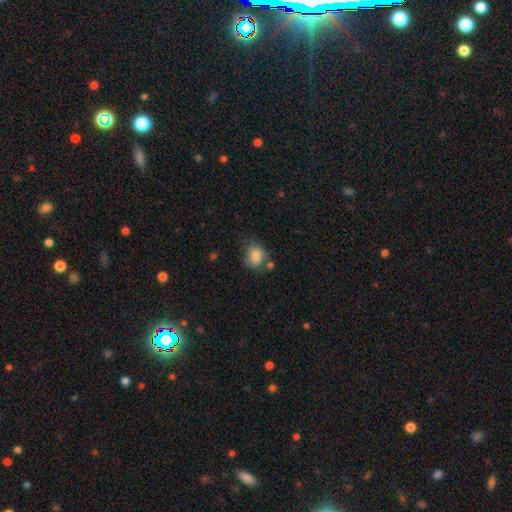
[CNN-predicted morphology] smooth_or_featured: smooth (p=0.79) [alt: featured or disk p=0.13]
how_rounded: round (p=0.51) [alt: in between p=0.48]
merging: none (p=0.48) [alt: minor disturbance p=0.26]